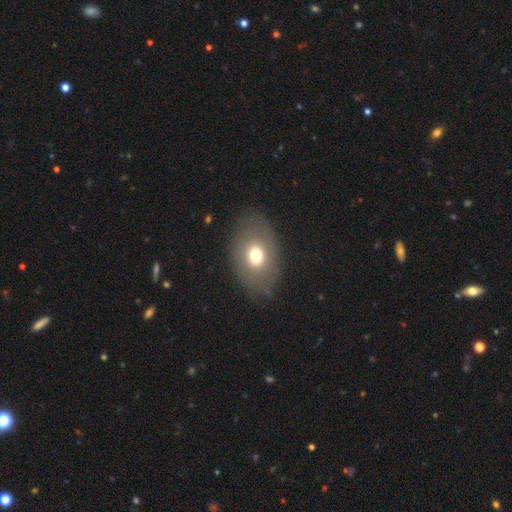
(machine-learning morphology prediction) Smooth or featured? Predicted: smooth (p=0.68). How rounded? Predicted: in between (p=0.80). Merging? Predicted: none (p=0.81).